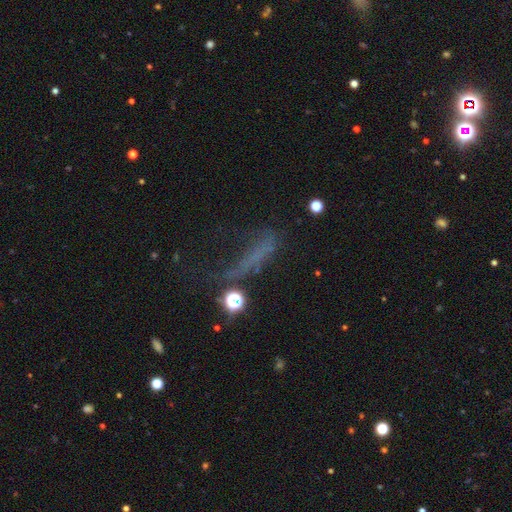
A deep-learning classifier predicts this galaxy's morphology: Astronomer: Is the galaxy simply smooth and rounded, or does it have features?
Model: smooth — 45% (runner-up: star or artifact, 30%).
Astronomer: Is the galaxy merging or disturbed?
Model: none — 40% (runner-up: major disturbance, 32%).